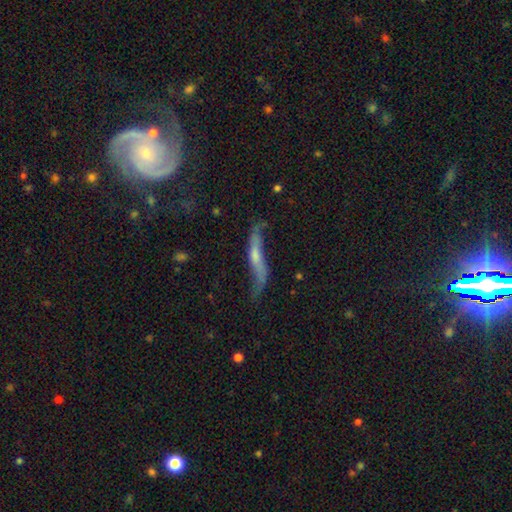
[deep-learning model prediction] Overall: featured or disk (63%; smooth 29%). Edge-on disk: yes (55%; no 45%). Merging: none (44%; minor disturbance 28%).